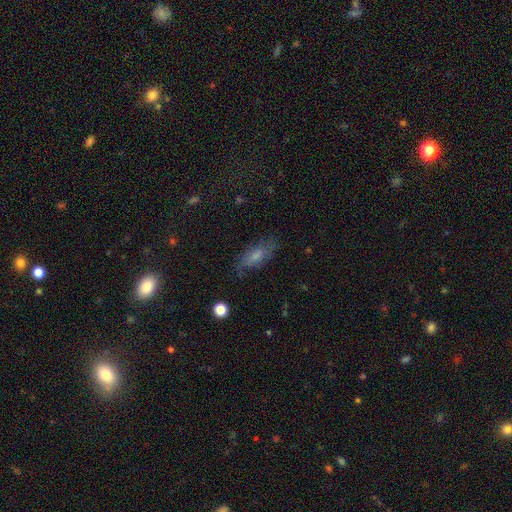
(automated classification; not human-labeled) smooth 53%, featured or disk 35%, star or artifact 12%. Down the decision tree: how rounded — in between (72%); merging — none (68%).